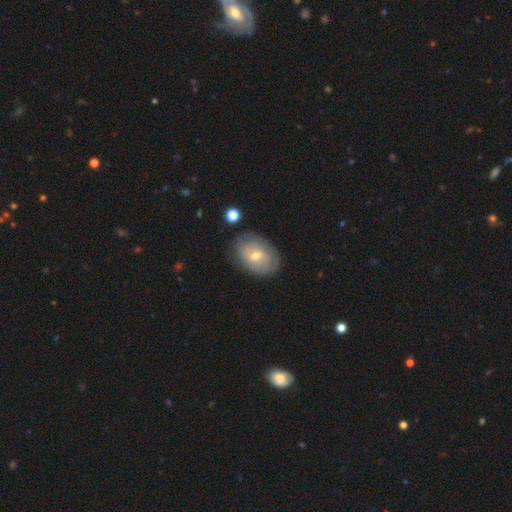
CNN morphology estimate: Smooth or featured? smooth (52%)
How rounded? in between (76%)
Merging? none (77%)